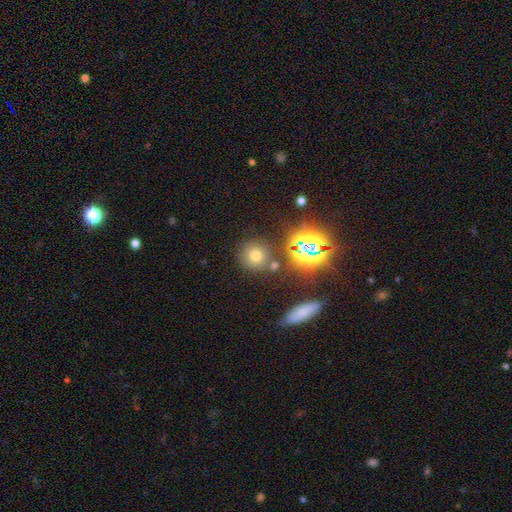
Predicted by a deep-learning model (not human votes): Smooth or featured: smooth — 64% (star or artifact — 26%)
How rounded: round — 91% (in between — 8%)
Merging: none — 79% (merger — 9%)